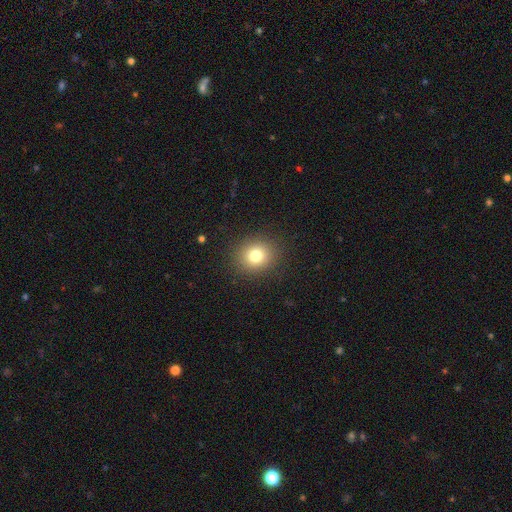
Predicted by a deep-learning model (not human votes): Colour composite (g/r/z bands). It shows a smooth galaxy with no disk features (79%) that is round (79%). Merging: none (89%).